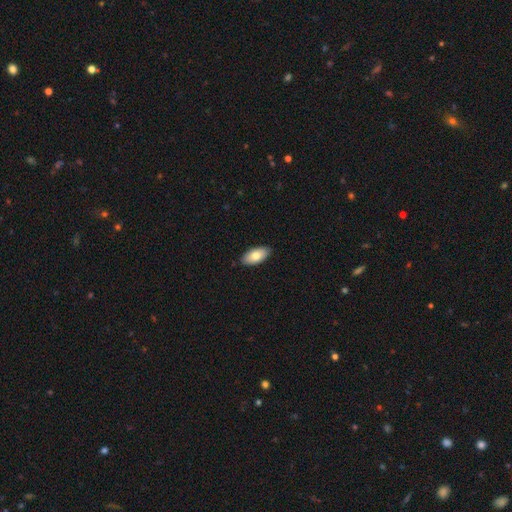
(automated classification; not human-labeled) A smooth galaxy with no disk features (76%) that is in between round and cigar-shaped (93%). Merging: none (89%).